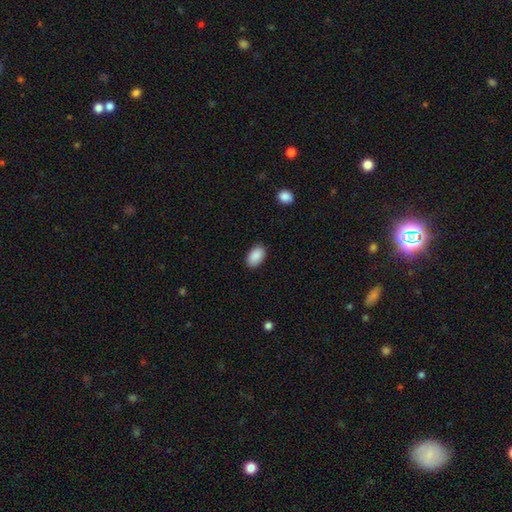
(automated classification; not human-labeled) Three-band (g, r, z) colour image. It shows a smooth galaxy with no disk features (90%) that is in between round and cigar-shaped (93%). Merging: none (87%).